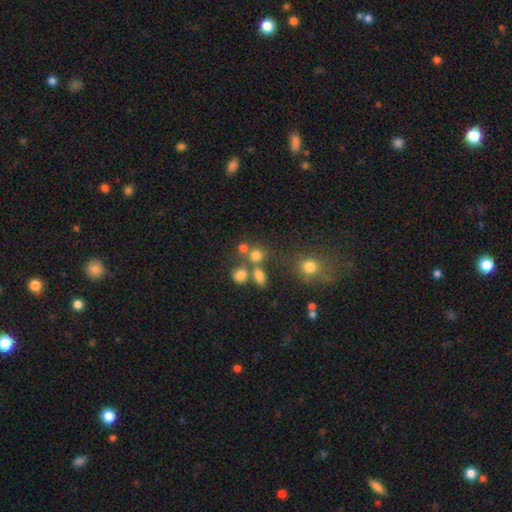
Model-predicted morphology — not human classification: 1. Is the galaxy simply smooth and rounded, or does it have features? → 73% smooth, 17% star or artifact, 10% featured or disk.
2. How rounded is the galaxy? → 74% round, 24% in between, 2% cigar-shaped.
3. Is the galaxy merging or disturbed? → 54% none, 29% merger, 10% minor disturbance, 6% major disturbance.